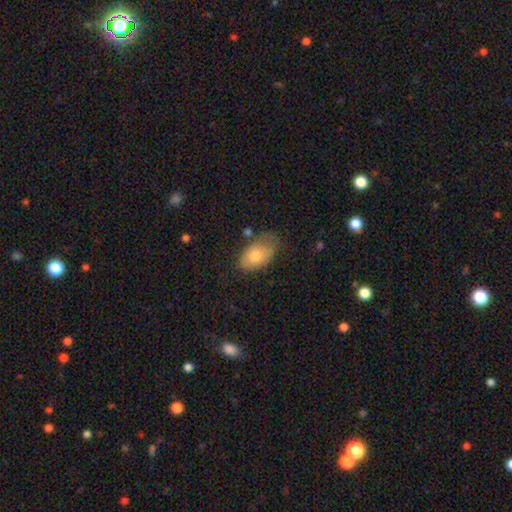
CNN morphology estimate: type=smooth (74%); roundness=in between (92%); merging=none (54%).